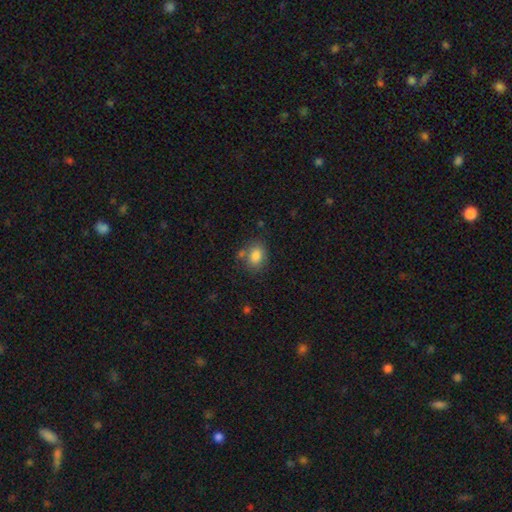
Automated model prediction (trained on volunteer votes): Overall: smooth (83%). How rounded: in between (60%; round 38%). Merging: none (67%).